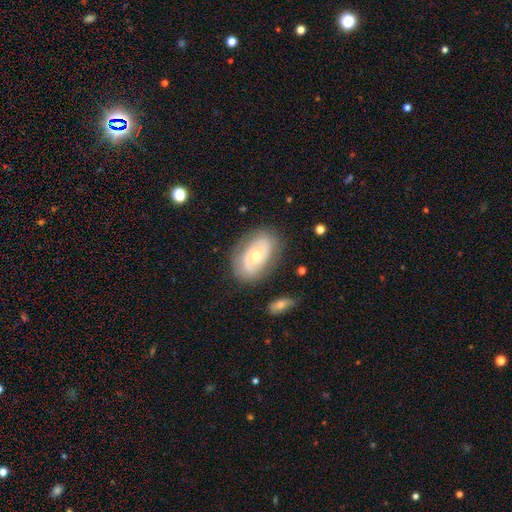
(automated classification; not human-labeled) The model was most divided on "spiral arms": yes: 54%, no: 46%. More confident: edge-on disk — no (94%); bar — no (81%); merging — none (75%); smooth or featured — featured or disk (63%); bulge size — moderate (53%).